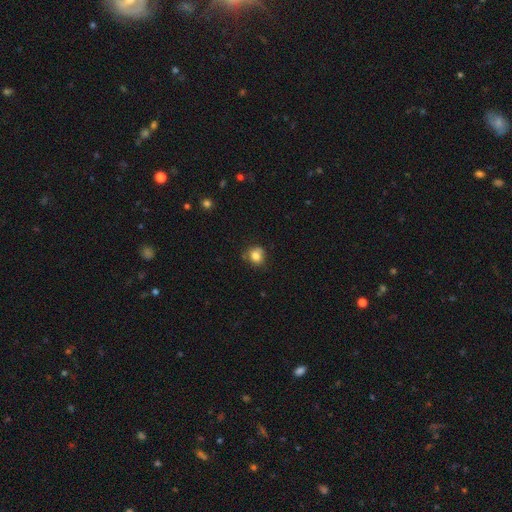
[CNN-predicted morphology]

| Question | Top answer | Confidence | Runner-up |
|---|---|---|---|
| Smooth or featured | smooth | 80% | star or artifact (11%) |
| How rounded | round | 71% | in between (28%) |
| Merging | none | 65% | minor disturbance (24%) |